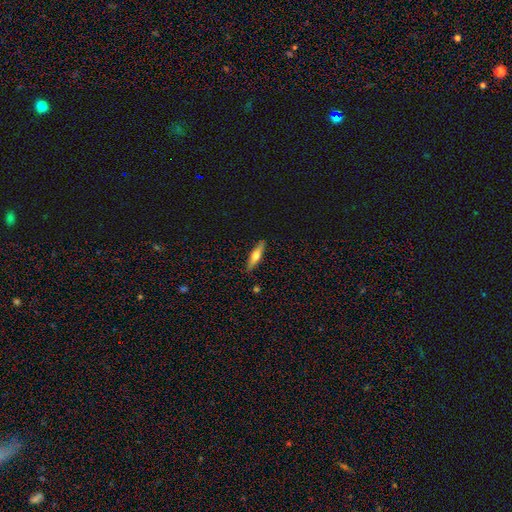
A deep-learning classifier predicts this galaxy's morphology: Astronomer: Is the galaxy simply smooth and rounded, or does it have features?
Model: smooth — 51% (runner-up: featured or disk, 42%).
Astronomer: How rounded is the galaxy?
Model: cigar-shaped — 77%.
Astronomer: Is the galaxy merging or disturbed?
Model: none — 88%.